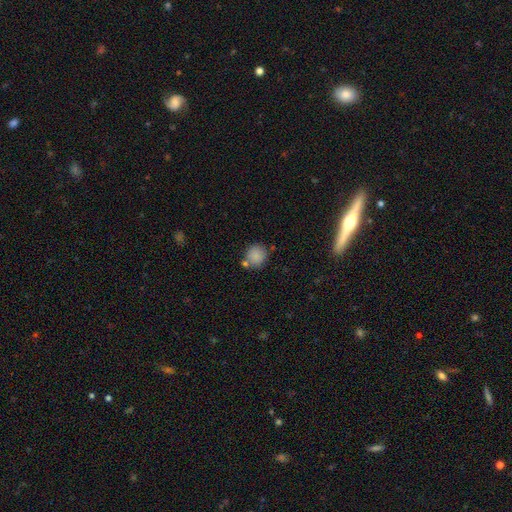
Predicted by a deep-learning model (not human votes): Smooth or featured? Predicted: smooth (p=0.85). How rounded? Predicted: round (p=0.89). Merging? Predicted: none (p=0.70).